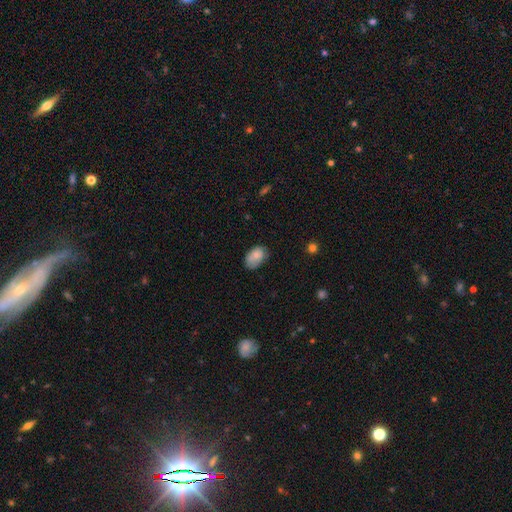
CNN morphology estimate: A smooth galaxy with no disk features (79%) that is in between round and cigar-shaped (88%).

Vote fractions:
- Smooth or featured? smooth: 79% / featured or disk: 14% / star or artifact: 7%
- How rounded? in between: 88% / round: 11% / cigar-shaped: 1%
- Merging? none: 61% / minor disturbance: 31% / major disturbance: 7% / merger: 2%